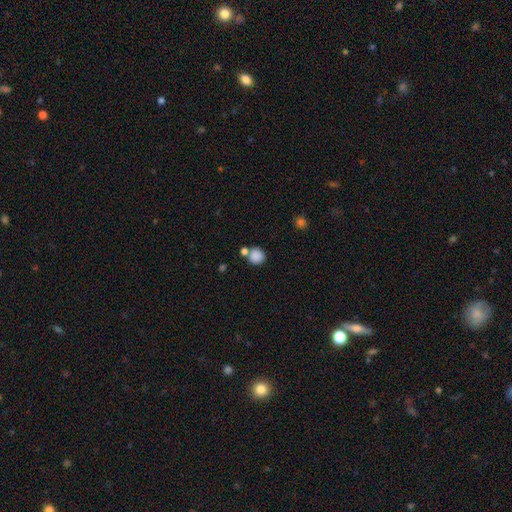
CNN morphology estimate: smooth_or_featured: smooth (p=0.86) [alt: star or artifact p=0.10]
how_rounded: round (p=0.88) [alt: in between p=0.11]
merging: none (p=0.64) [alt: merger p=0.22]